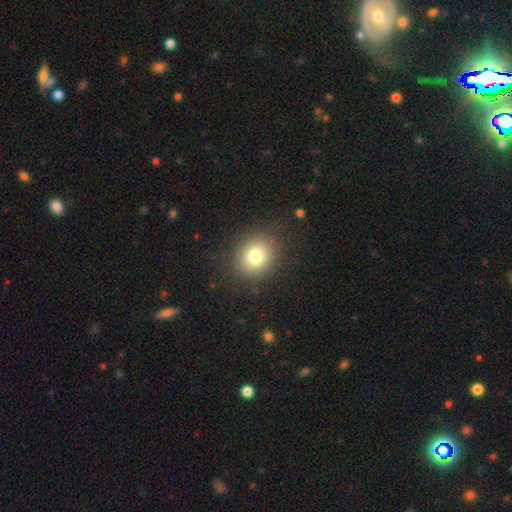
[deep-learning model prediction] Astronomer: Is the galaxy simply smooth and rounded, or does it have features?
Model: smooth — 77%.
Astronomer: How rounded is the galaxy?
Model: round — 74%.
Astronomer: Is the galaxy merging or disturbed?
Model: none — 90%.